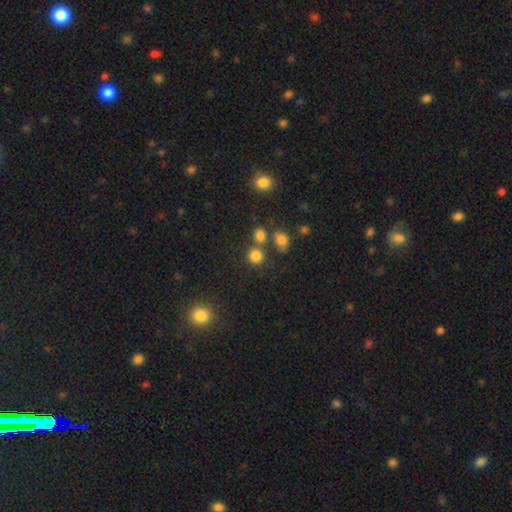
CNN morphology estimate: This is likely a smooth galaxy (80%). How rounded: clearly round (86%). Merging: likely none (63%).